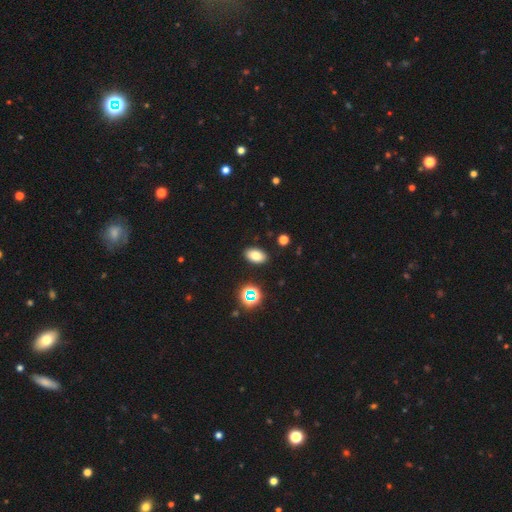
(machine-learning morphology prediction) Smooth or featured: smooth — 77% (star or artifact — 14%)
How rounded: in between — 90% (round — 9%)
Merging: none — 88% (minor disturbance — 8%)